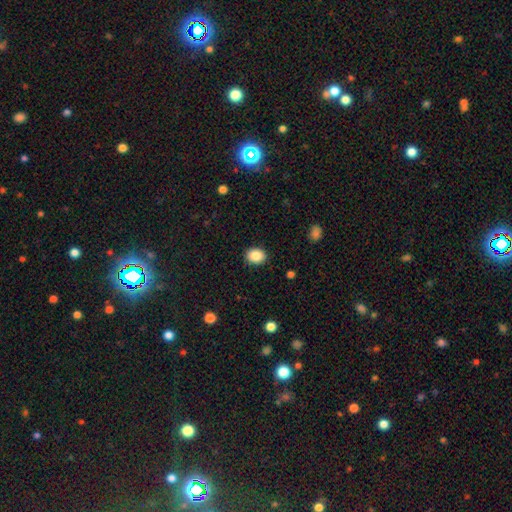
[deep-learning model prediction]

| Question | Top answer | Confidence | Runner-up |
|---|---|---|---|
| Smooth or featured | smooth | 87% | star or artifact (9%) |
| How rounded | round | 50% | in between (49%) |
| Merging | none | 89% | minor disturbance (7%) |